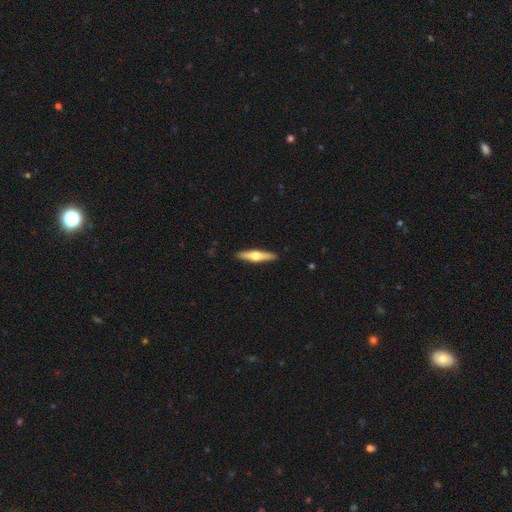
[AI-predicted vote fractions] This appears to be a featured or disk galaxy (55%) viewed edge-on (96%) with a rounded central bulge (93%). Merging: none (91%).